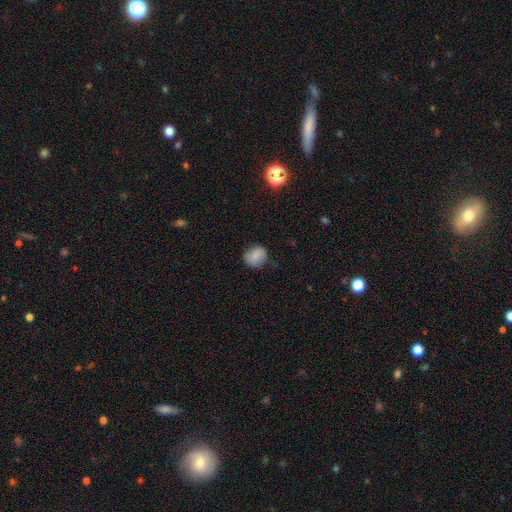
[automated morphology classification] Smooth or featured: smooth — 82% (star or artifact — 9%)
How rounded: round — 71% (in between — 28%)
Merging: none — 78% (minor disturbance — 17%)